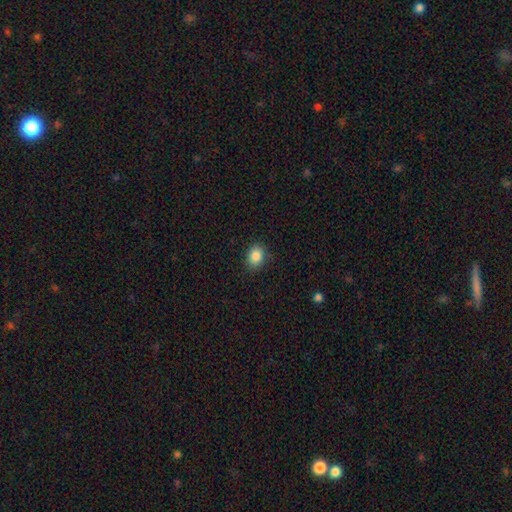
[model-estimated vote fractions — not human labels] The model was most divided on "how rounded": in between: 56%, round: 43%, cigar-shaped: 1%. More confident: smooth or featured — smooth (86%); merging — none (85%).